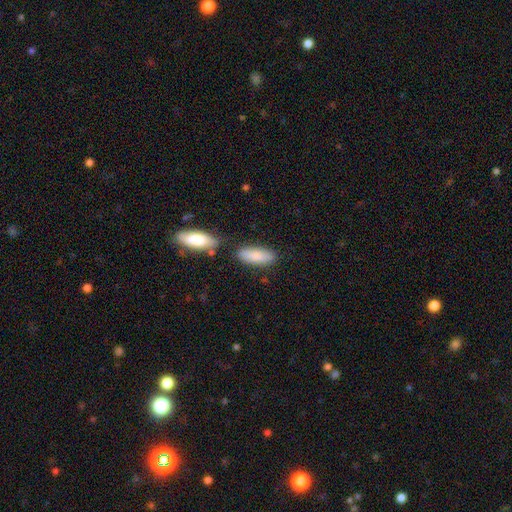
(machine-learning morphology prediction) A smooth galaxy with no disk features (86%) that is in between round and cigar-shaped (76%).

Vote fractions:
- Smooth or featured? smooth: 86% / featured or disk: 9% / star or artifact: 6%
- How rounded? in between: 76% / cigar-shaped: 22% / round: 2%
- Merging? none: 71% / minor disturbance: 14% / merger: 11% / major disturbance: 4%